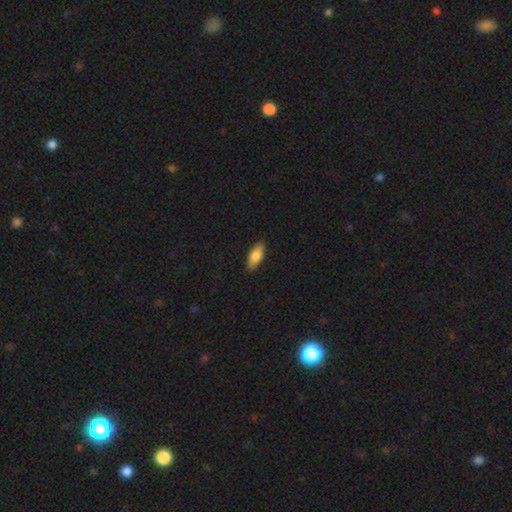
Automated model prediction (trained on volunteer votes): Smooth or featured?
  - smooth: 84% *
  - featured or disk: 10%
  - star or artifact: 6%
How rounded?
  - in between: 80% *
  - cigar-shaped: 18%
  - round: 2%
Merging?
  - none: 88% *
  - minor disturbance: 9%
  - major disturbance: 2%
  - merger: 1%